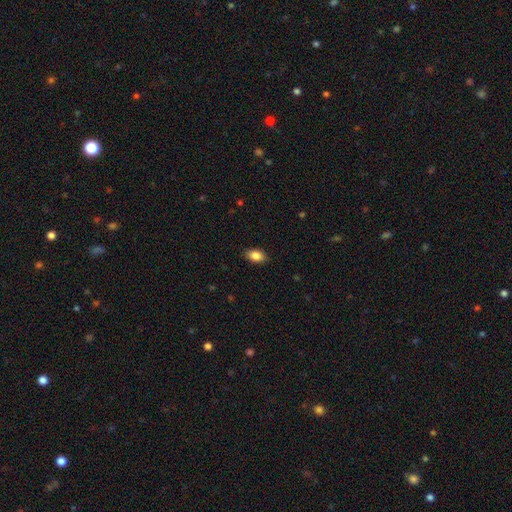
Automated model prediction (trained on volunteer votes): smooth-or-featured: smooth: 87% | star or artifact: 8% | featured or disk: 5%
  how-rounded: in between: 89% | round: 9% | cigar-shaped: 2%
  merging: none: 88% | minor disturbance: 9% | major disturbance: 2% | merger: 1%